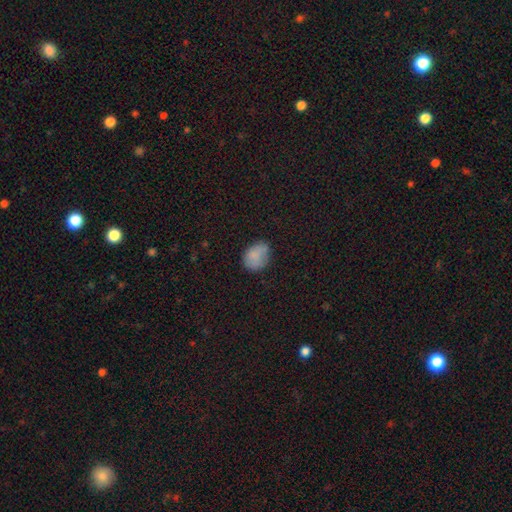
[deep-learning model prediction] Overall: smooth (81%). How rounded: in between (65%; round 34%). Merging: none (59%; minor disturbance 30%).